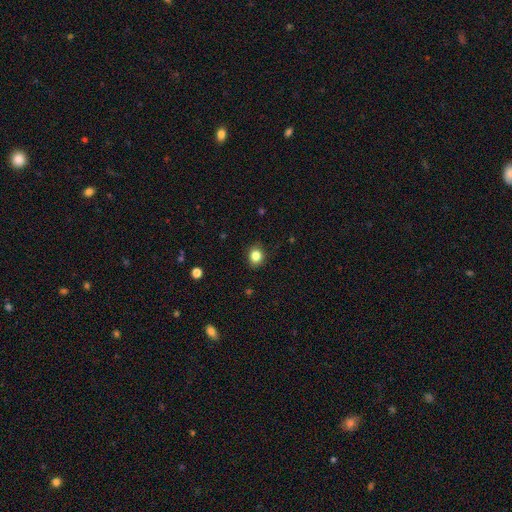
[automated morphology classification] Smooth or featured: smooth — 84% (star or artifact — 11%)
How rounded: round — 67% (in between — 32%)
Merging: none — 88% (minor disturbance — 9%)